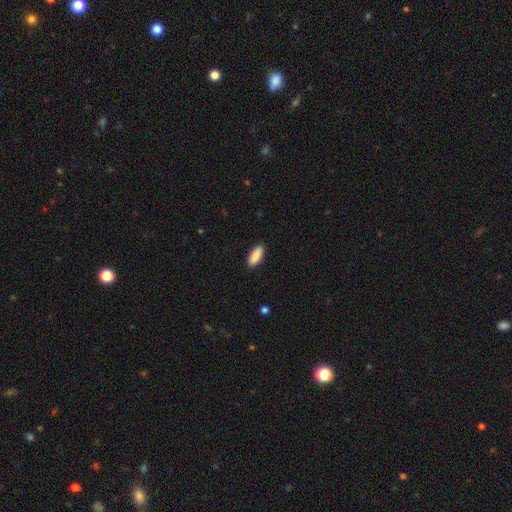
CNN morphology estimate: This appears to be a smooth galaxy with no disk features (90%) that is in between round and cigar-shaped (73%). Merging: none (89%).